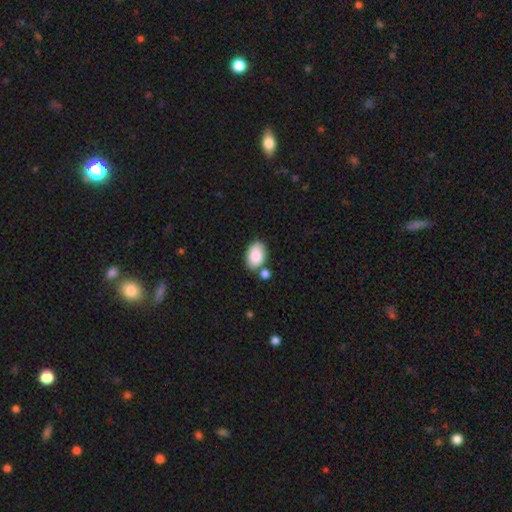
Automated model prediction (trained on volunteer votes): A smooth galaxy with no disk features (86%) that is in between round and cigar-shaped (90%).

Vote fractions:
- Smooth or featured? smooth: 86% / featured or disk: 7% / star or artifact: 7%
- How rounded? in between: 90% / round: 9% / cigar-shaped: 1%
- Merging? none: 59% / merger: 20% / minor disturbance: 16% / major disturbance: 4%